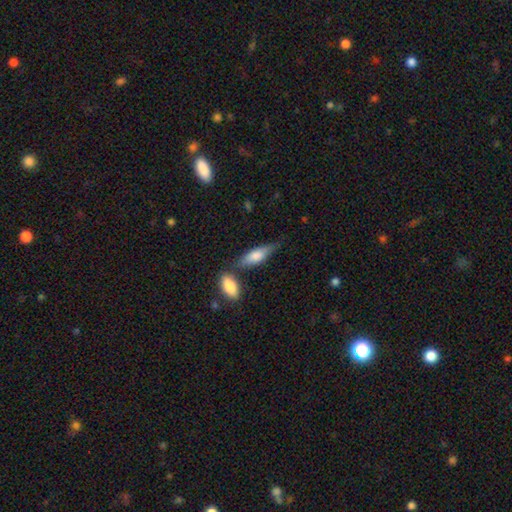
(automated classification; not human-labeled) Q: Smooth or featured?
A: smooth (74%); runner-up: featured or disk (21%)
Q: How rounded?
A: in between (60%); runner-up: cigar-shaped (38%)
Q: Merging?
A: none (51%); runner-up: minor disturbance (25%)